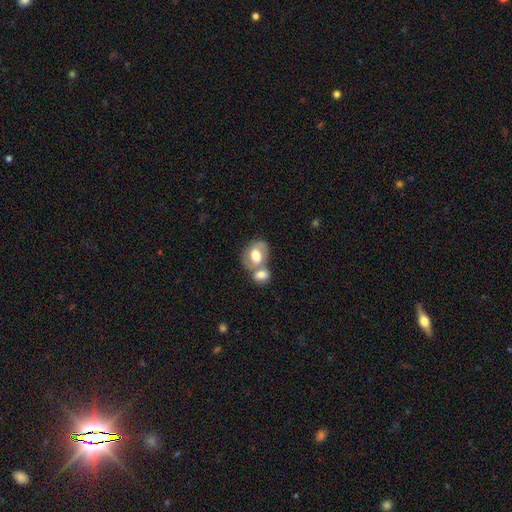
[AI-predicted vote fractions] Q: Smooth or featured?
A: smooth (50%); runner-up: featured or disk (43%)
Q: How rounded?
A: in between (64%); runner-up: round (35%)
Q: Merging?
A: merger (54%); runner-up: none (29%)